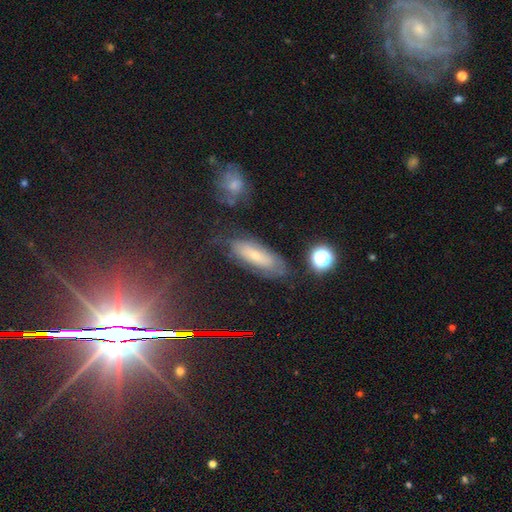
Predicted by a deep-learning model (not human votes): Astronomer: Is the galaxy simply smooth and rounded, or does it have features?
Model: featured or disk — 42% (runner-up: smooth, 40%).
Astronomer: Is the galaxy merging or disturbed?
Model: none — 74%.